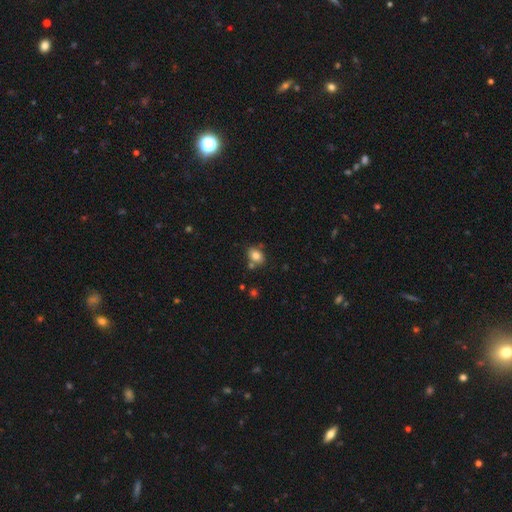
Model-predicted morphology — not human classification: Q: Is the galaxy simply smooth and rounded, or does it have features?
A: smooth — 81%.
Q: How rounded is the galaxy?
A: in between — 68%.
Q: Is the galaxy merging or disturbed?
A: none — 68%.